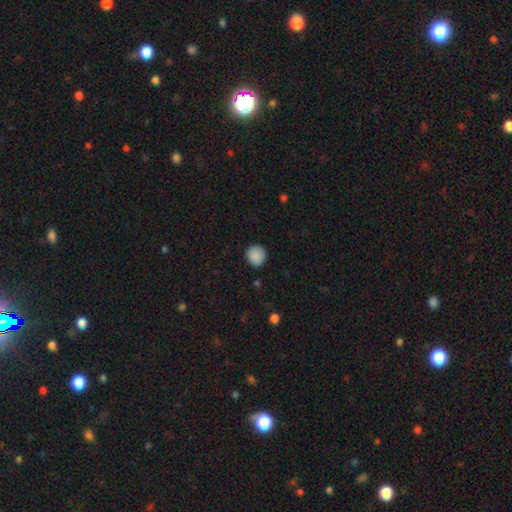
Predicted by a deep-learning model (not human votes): smooth-or-featured: smooth: 89% | star or artifact: 8% | featured or disk: 3%
  how-rounded: round: 93% | in between: 6% | cigar-shaped: 1%
  merging: none: 89% | minor disturbance: 8% | major disturbance: 2% | merger: 1%